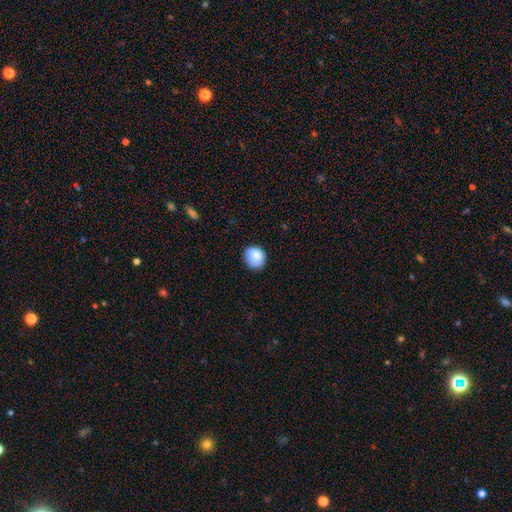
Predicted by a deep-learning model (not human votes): Smooth or featured: smooth — 83% (featured or disk — 9%)
How rounded: round — 64% (in between — 35%)
Merging: none — 69% (minor disturbance — 22%)